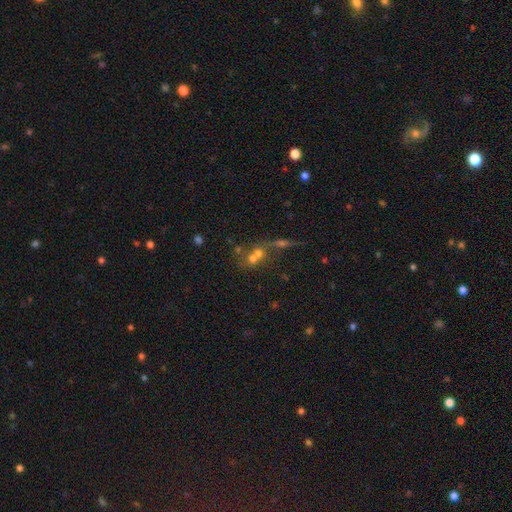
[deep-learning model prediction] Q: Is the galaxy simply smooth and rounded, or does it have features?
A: smooth — 55%.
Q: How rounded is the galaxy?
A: round — 72%.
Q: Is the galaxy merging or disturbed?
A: merger — 63%.